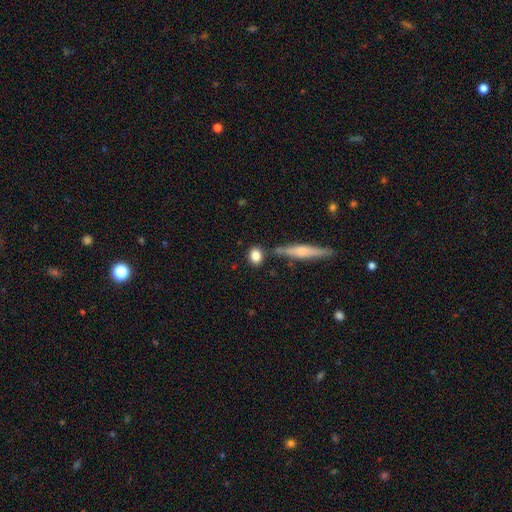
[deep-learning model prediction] A smooth galaxy with no disk features (82%) that is in between round and cigar-shaped (51%). Merging: none (75%).